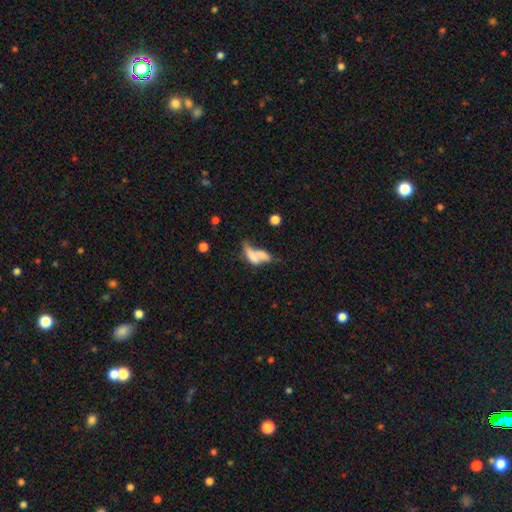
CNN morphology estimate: Smooth or featured? smooth (58%)
How rounded? in between (64%)
Merging? merger (54%)